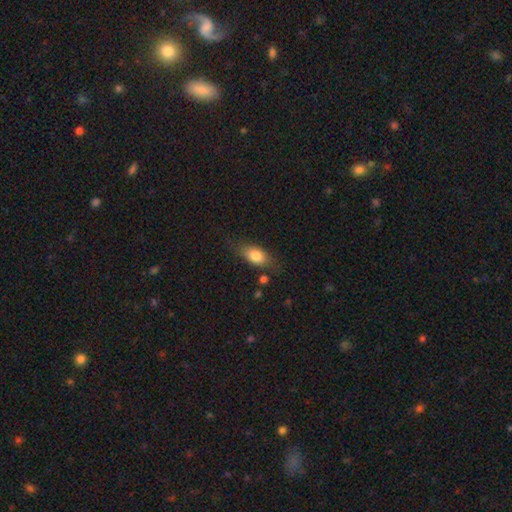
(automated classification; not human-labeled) This is likely a smooth galaxy (78%). How rounded: clearly in between (82%). Merging: likely none (72%).